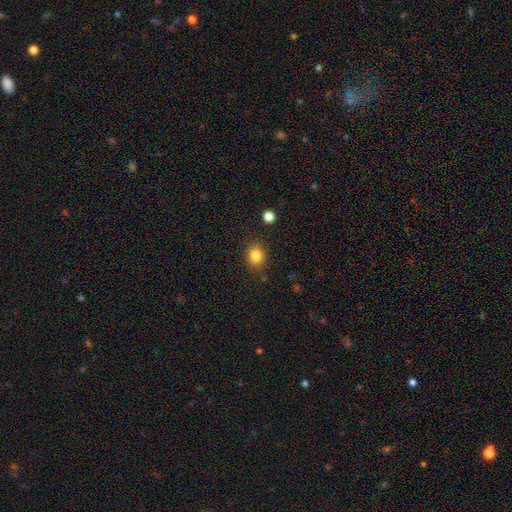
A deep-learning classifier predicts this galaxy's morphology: Smooth or featured? Predicted: smooth (p=0.84). How rounded? Predicted: round (p=0.56). Merging? Predicted: none (p=0.85).